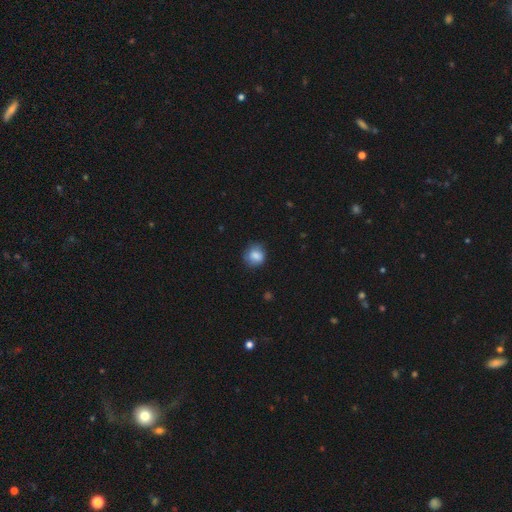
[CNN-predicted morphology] smooth-or-featured: smooth: 83% | featured or disk: 9% | star or artifact: 9%
  how-rounded: round: 70% | in between: 29% | cigar-shaped: 1%
  merging: none: 69% | minor disturbance: 23% | major disturbance: 6% | merger: 2%